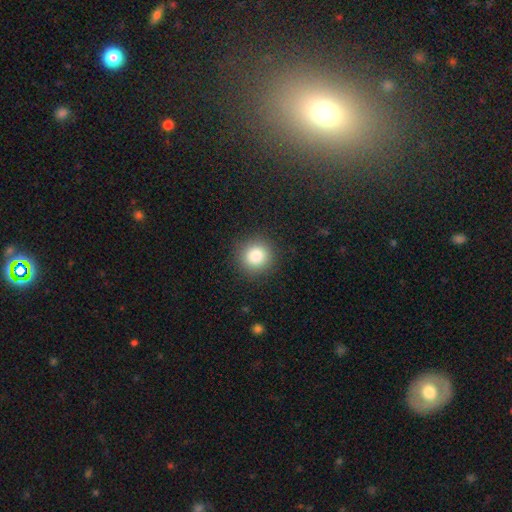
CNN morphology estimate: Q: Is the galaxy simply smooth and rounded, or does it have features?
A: smooth — 84%.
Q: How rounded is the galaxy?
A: round — 92%.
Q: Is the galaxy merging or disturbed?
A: none — 89%.